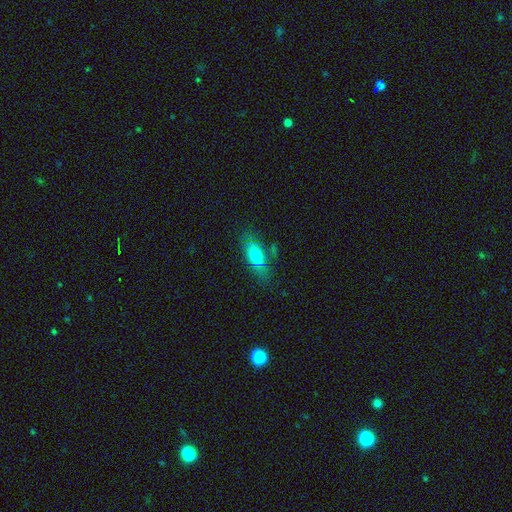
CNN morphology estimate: smooth-or-featured: smooth: 73% | featured or disk: 20% | star or artifact: 8%
  how-rounded: in between: 73% | cigar-shaped: 22% | round: 4%
  merging: none: 72% | minor disturbance: 19% | major disturbance: 6% | merger: 4%